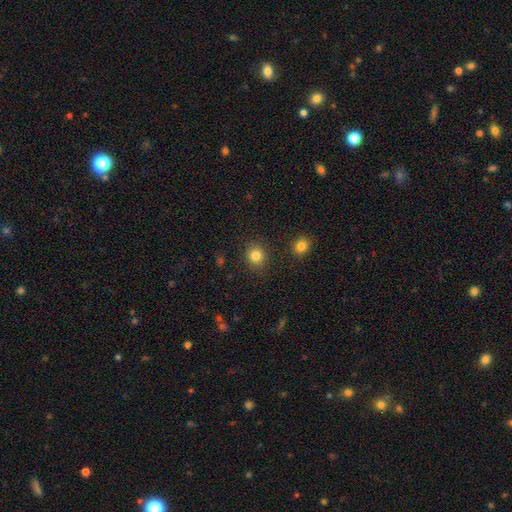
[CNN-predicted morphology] Overall: smooth (84%). How rounded: round (86%). Merging: none (88%).